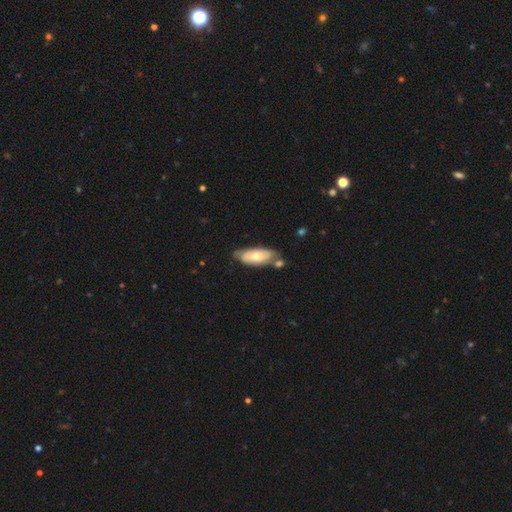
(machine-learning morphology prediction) smooth 56%, featured or disk 39%, star or artifact 5%. Down the decision tree: how rounded — in between (83%); merging — none (54%).